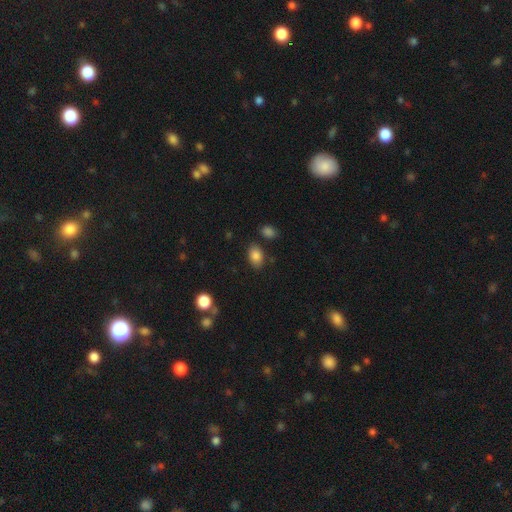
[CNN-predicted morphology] smooth-or-featured: smooth: 85% | star or artifact: 9% | featured or disk: 6%
  how-rounded: in between: 86% | round: 13% | cigar-shaped: 1%
  merging: none: 82% | minor disturbance: 11% | merger: 4% | major disturbance: 3%